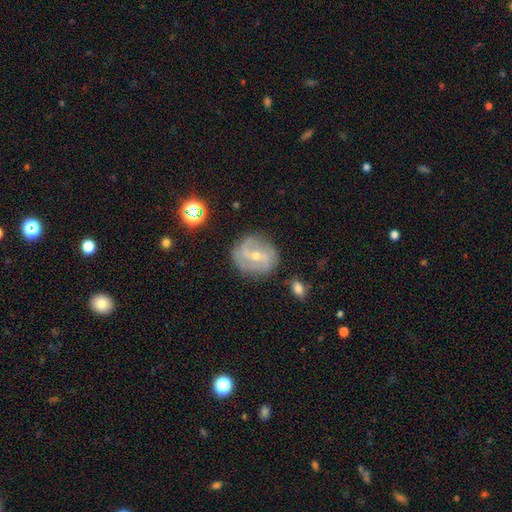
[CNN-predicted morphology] This is likely a featured or disk galaxy (76%). It is clearly not viewed edge-on (96%). Bar: marginally weak (44%). Spiral arm pattern: clearly yes (89%). Spiral arm count: likely 2 (67%). Spiral winding: marginally medium (43%). Central bulge: possibly small (59%). Merging: likely none (76%).